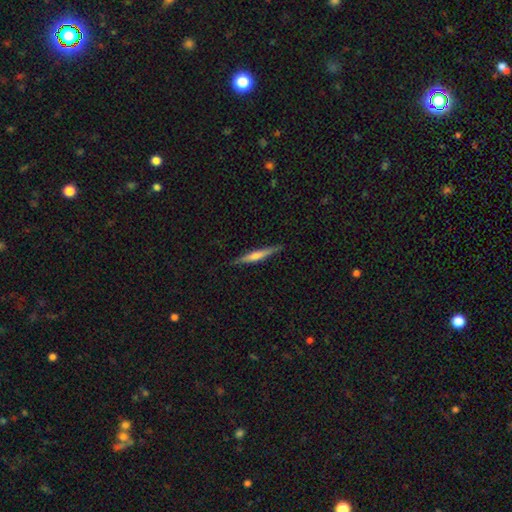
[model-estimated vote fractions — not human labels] The model was most divided on "smooth or featured": featured or disk: 56%, smooth: 38%, star or artifact: 6%. More confident: edge-on disk — yes (97%); merging — none (89%); edge-on bulge — rounded (56%).